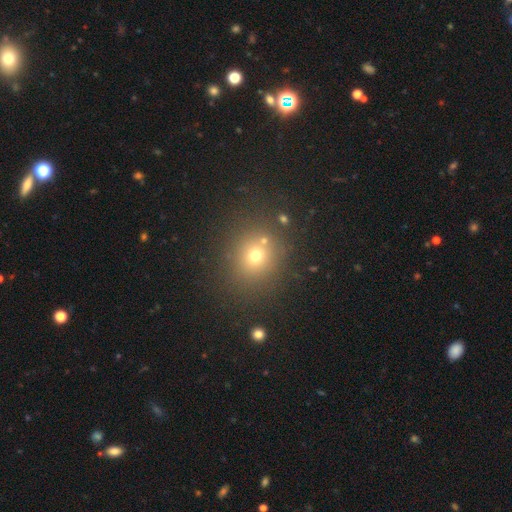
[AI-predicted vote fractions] smooth-or-featured: smooth: 68% | star or artifact: 21% | featured or disk: 11%
  how-rounded: round: 77% | in between: 22% | cigar-shaped: 1%
  merging: none: 77% | minor disturbance: 10% | merger: 9% | major disturbance: 4%